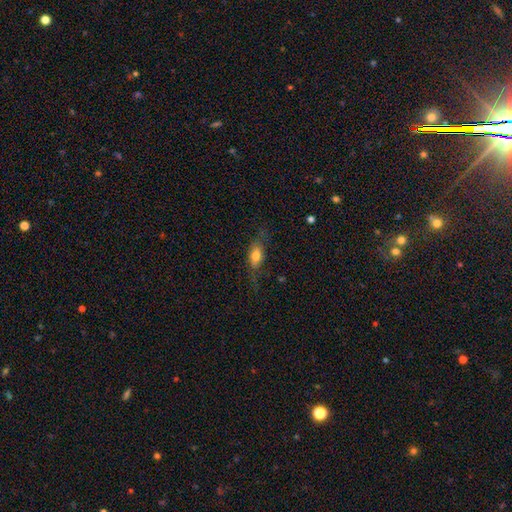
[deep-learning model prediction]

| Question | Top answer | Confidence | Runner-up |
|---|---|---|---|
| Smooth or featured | smooth | 67% | featured or disk (24%) |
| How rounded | in between | 73% | cigar-shaped (20%) |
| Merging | none | 60% | minor disturbance (24%) |